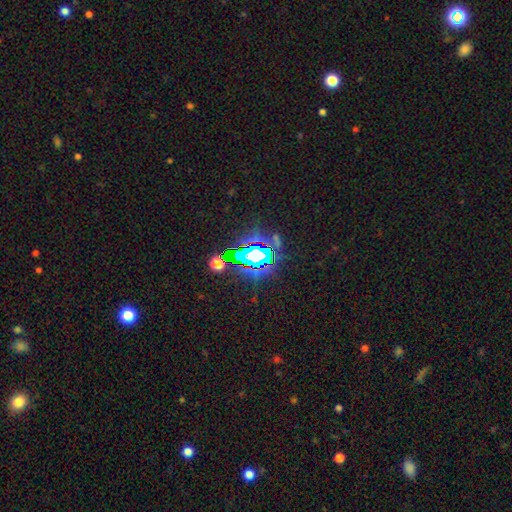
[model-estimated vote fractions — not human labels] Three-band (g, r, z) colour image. It shows a star or artifact, not a galaxy (71%).